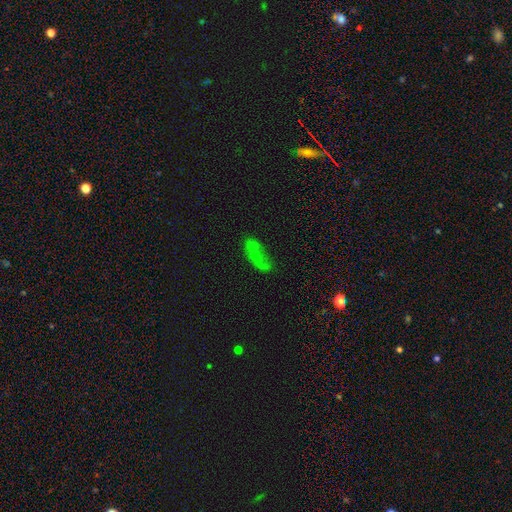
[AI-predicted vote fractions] This is possibly a featured or disk galaxy (46%). Merging: possibly none (59%).